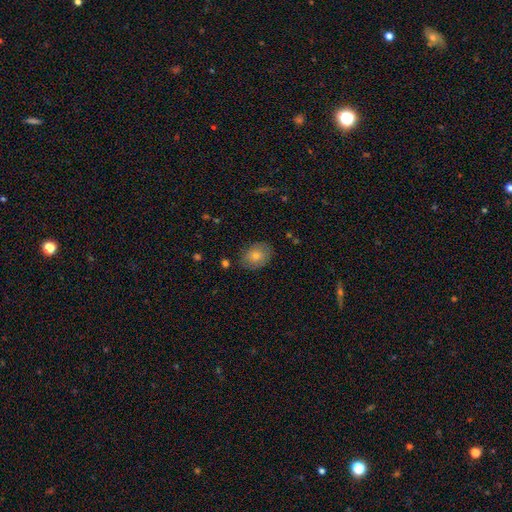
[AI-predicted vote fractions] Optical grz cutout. It shows a smooth galaxy with no disk features (73%) that is in between round and cigar-shaped (70%). Merging: none (82%).